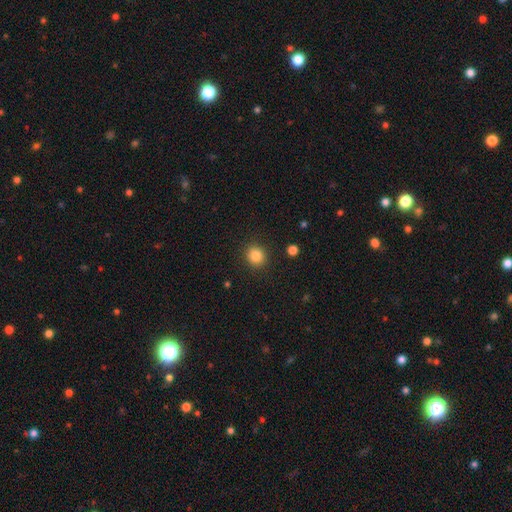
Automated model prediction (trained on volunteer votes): This appears to be a smooth galaxy with no disk features (84%) that is round (85%). Merging: none (90%).